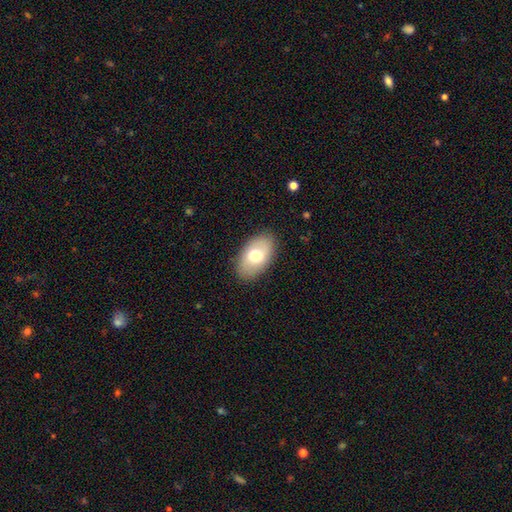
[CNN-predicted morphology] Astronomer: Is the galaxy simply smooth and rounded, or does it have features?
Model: smooth — 69%.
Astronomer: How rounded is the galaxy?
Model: in between — 92%.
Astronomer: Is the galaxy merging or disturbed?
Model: none — 86%.